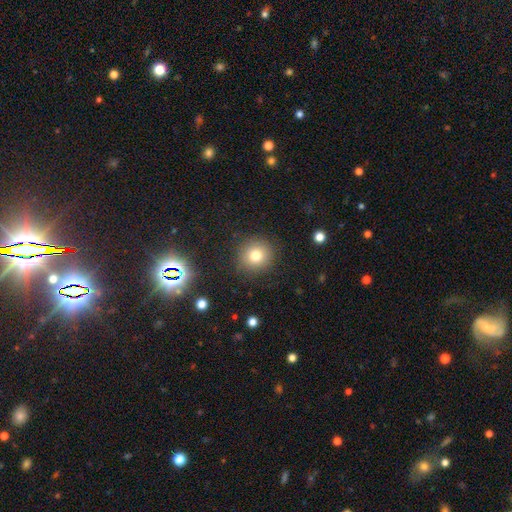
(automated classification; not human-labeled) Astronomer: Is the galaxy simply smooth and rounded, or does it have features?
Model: smooth — 76%.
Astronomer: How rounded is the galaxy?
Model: round — 91%.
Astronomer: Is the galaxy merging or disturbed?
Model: none — 89%.